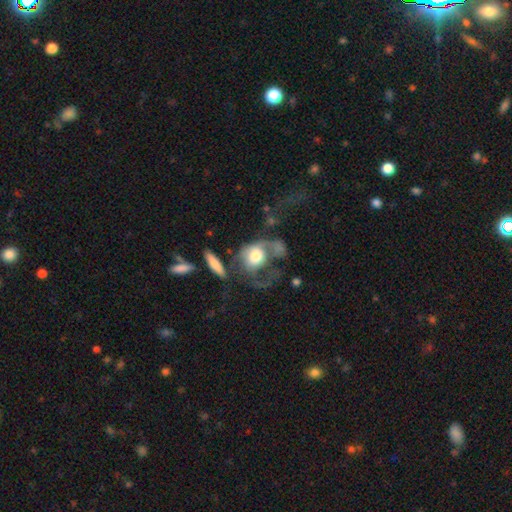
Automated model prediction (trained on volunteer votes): Smooth or featured? Predicted: smooth (p=0.50). Merging? Predicted: major disturbance (p=0.57).